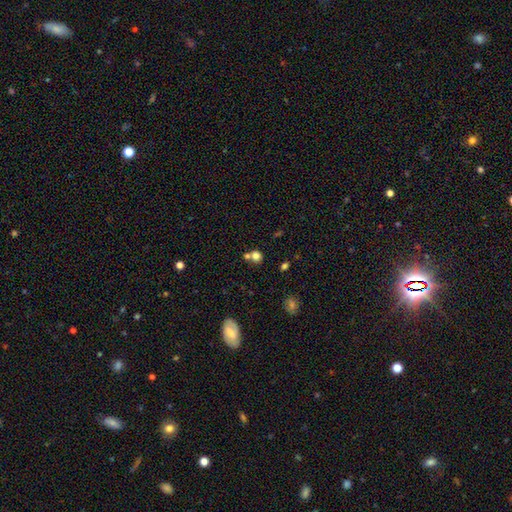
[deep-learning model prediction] smooth_or_featured: smooth (p=0.77) [alt: star or artifact p=0.14]
how_rounded: round (p=0.82) [alt: in between p=0.17]
merging: none (p=0.53) [alt: merger p=0.36]